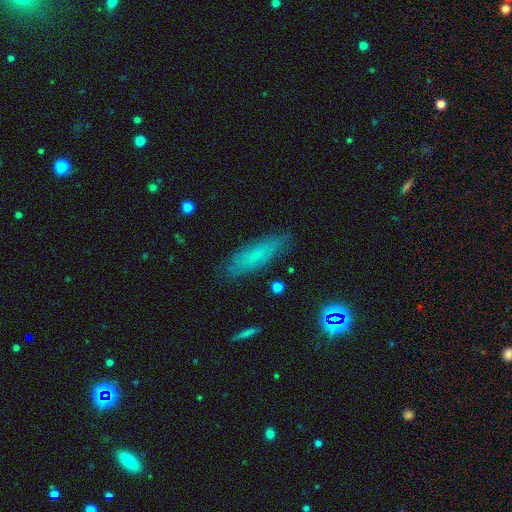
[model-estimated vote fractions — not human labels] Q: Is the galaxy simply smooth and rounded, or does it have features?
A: smooth — 65%.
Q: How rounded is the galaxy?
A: cigar-shaped — 53%.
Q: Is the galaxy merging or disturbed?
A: none — 82%.